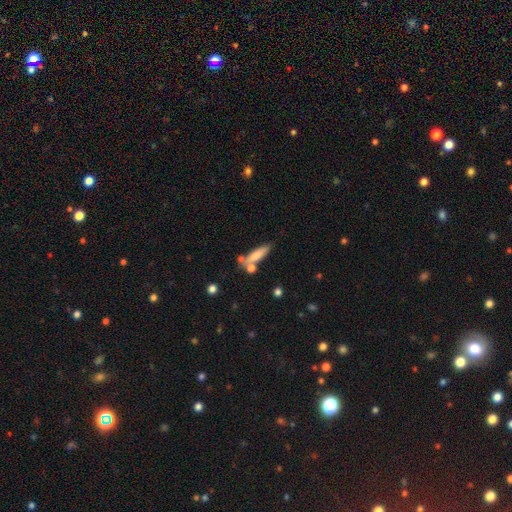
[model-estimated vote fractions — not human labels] Overall: smooth (73%). How rounded: cigar-shaped (72%). Merging: none (59%).